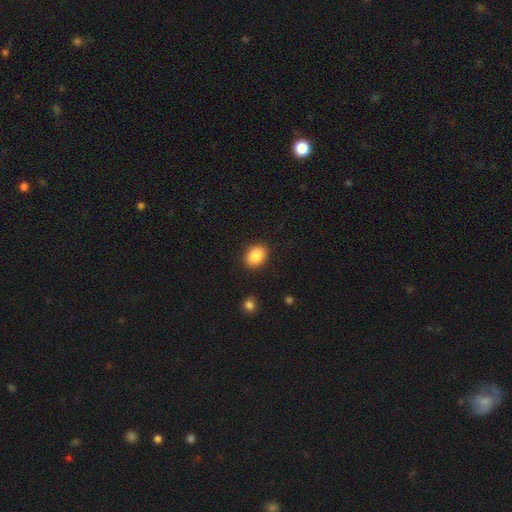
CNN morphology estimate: smooth_or_featured: smooth (p=0.88) [alt: star or artifact p=0.08]
how_rounded: in between (p=0.72) [alt: round p=0.27]
merging: none (p=0.88) [alt: minor disturbance p=0.08]